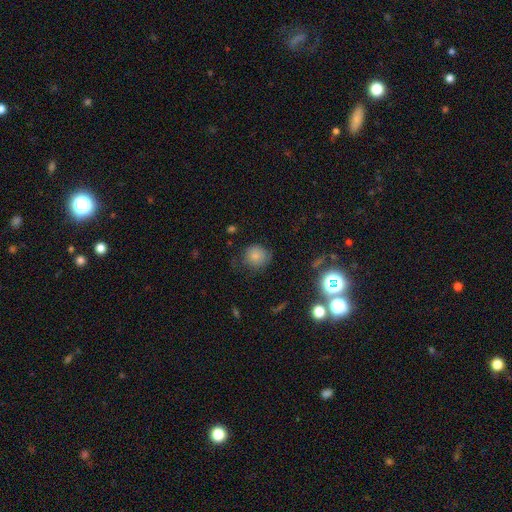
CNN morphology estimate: The model was most divided on "merging": none: 64%, minor disturbance: 24%, major disturbance: 10%, merger: 2%. More confident: how rounded — round (86%); smooth or featured — smooth (75%).